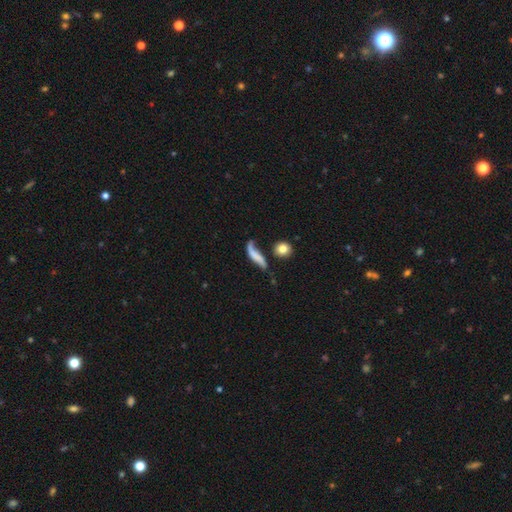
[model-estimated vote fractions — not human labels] Overall: smooth (46%; featured or disk 45%). Merging: none (42%; minor disturbance 25%).